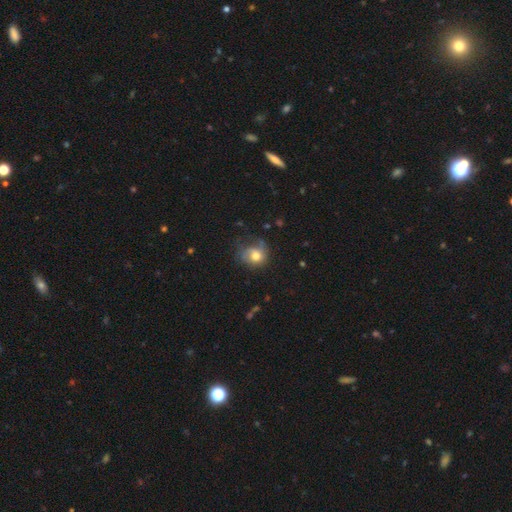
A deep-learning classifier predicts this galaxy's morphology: Overall: smooth (62%; featured or disk 29%). How rounded: round (69%; in between 30%). Merging: none (45%; minor disturbance 29%).